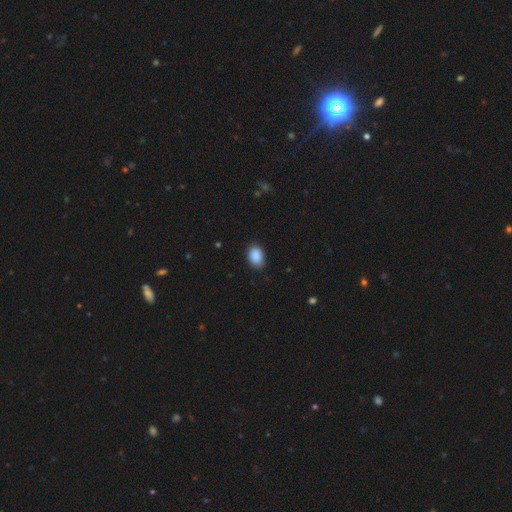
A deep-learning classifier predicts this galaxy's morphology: The model was most divided on "how rounded": in between: 82%, round: 17%, cigar-shaped: 1%. More confident: smooth or featured — smooth (89%); merging — none (83%).